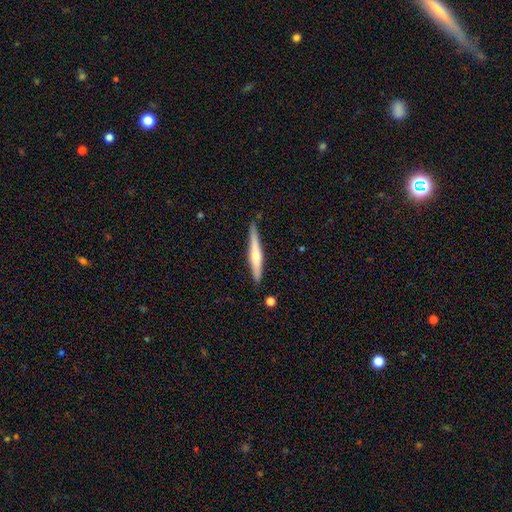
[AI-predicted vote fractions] smooth_or_featured: featured or disk (p=0.53) [alt: smooth p=0.42]
disk_edge_on: yes (p=0.96) [alt: no p=0.04]
edge_on_bulge: rounded (p=0.74) [alt: none p=0.19]
merging: none (p=0.83) [alt: minor disturbance p=0.13]